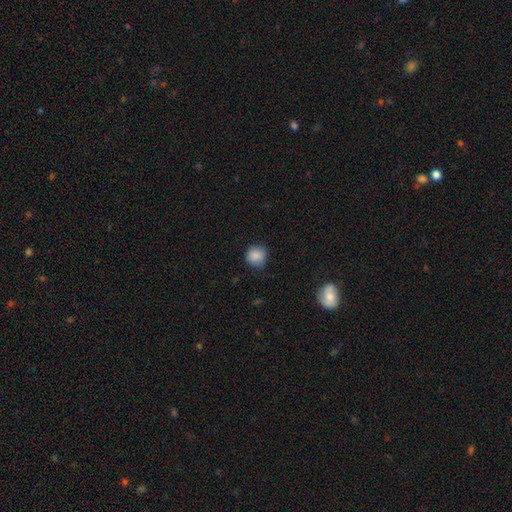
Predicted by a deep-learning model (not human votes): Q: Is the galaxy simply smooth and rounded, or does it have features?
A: smooth — 87%.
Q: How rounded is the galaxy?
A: round — 89%.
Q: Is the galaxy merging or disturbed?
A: none — 77%.